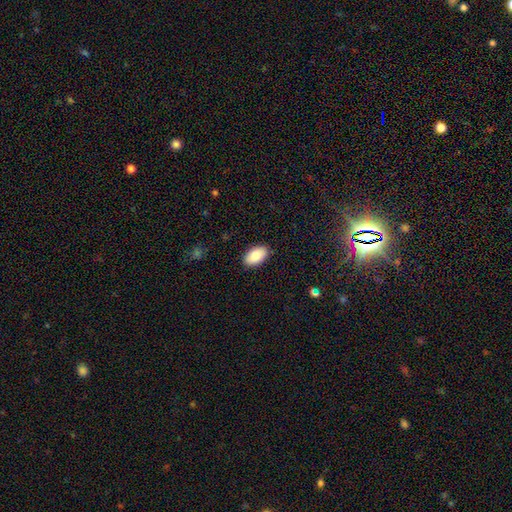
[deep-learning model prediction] Q: Smooth or featured?
A: smooth (85%); runner-up: featured or disk (8%)
Q: How rounded?
A: in between (95%); runner-up: round (4%)
Q: Merging?
A: none (89%); runner-up: minor disturbance (8%)